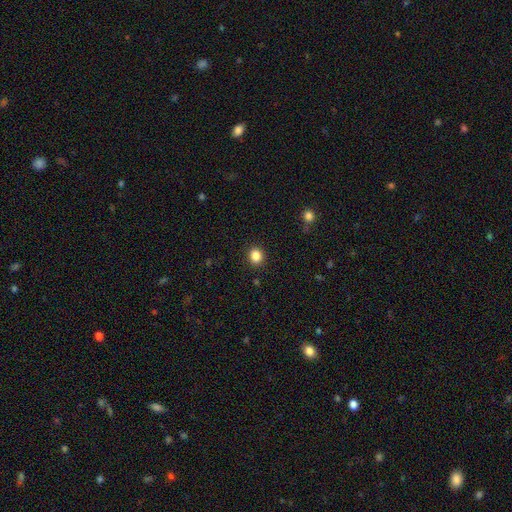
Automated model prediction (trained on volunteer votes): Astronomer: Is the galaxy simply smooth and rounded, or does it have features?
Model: smooth — 85%.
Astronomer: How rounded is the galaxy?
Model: round — 76%.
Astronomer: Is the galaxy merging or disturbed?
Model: none — 90%.